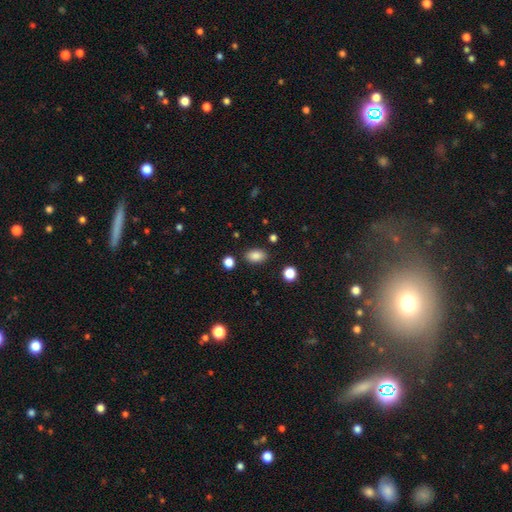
Morphology: type=smooth (90%); roundness=in between (89%); merging=none (92%).